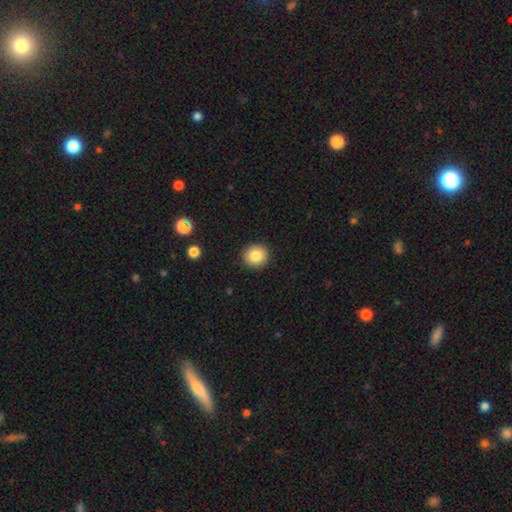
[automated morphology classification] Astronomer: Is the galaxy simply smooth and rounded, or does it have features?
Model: smooth — 83%.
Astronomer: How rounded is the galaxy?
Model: round — 89%.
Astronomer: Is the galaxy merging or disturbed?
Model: none — 91%.